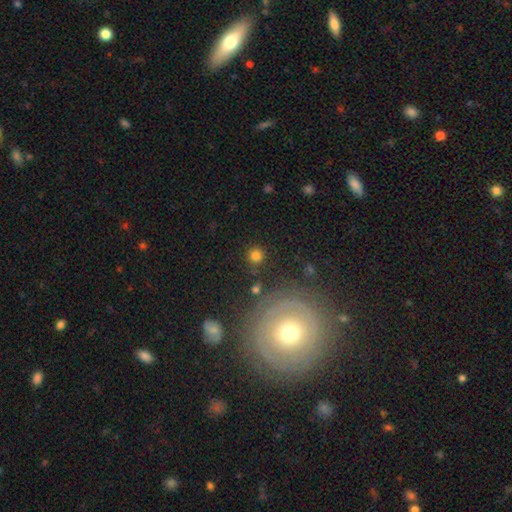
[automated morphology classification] Smooth or featured? smooth (78%)
How rounded? round (93%)
Merging? none (86%)